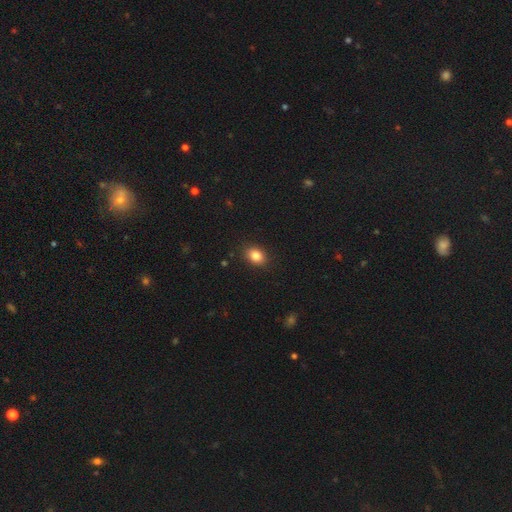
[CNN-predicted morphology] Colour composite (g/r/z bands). It shows a smooth galaxy with no disk features (84%) that is in between round and cigar-shaped (66%). Merging: none (88%).